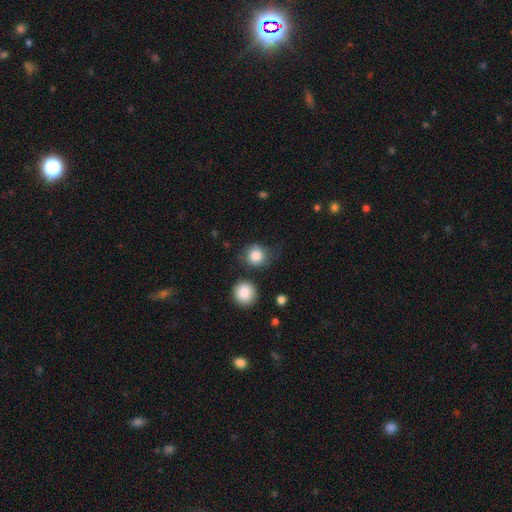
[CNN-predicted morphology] The model was most divided on "merging": none: 66%, minor disturbance: 19%, major disturbance: 8%, merger: 7%. More confident: smooth or featured — smooth (84%); how rounded — round (84%).